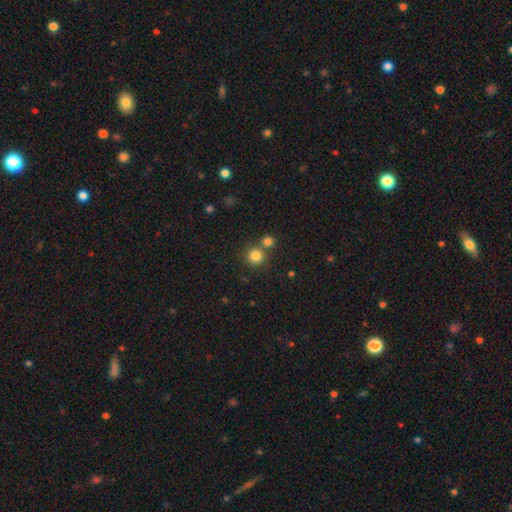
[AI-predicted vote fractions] Q: Smooth or featured?
A: smooth (82%); runner-up: star or artifact (13%)
Q: How rounded?
A: round (93%); runner-up: in between (6%)
Q: Merging?
A: none (69%); runner-up: merger (22%)